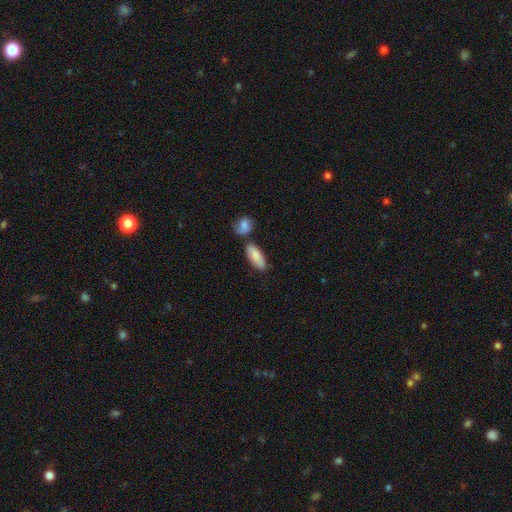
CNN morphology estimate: Q: Smooth or featured?
A: smooth (85%); runner-up: featured or disk (10%)
Q: How rounded?
A: in between (79%); runner-up: cigar-shaped (18%)
Q: Merging?
A: none (67%); runner-up: minor disturbance (15%)